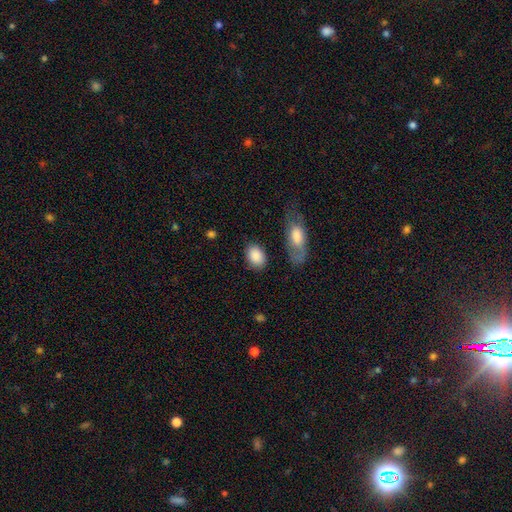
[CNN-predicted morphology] This is clearly a smooth galaxy (87%). How rounded: clearly in between (81%). Merging: likely none (75%).